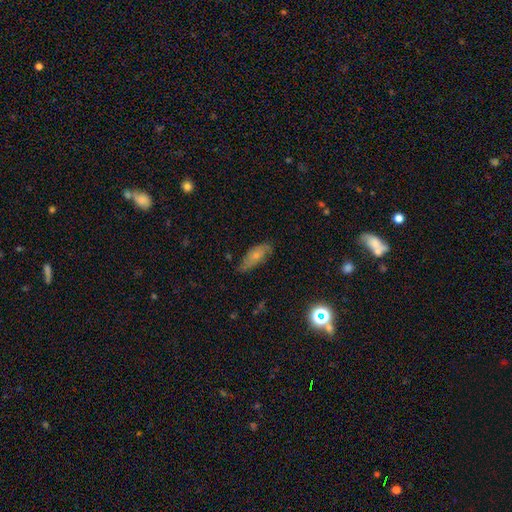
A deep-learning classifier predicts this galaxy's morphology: Q: Smooth or featured?
A: smooth (58%); runner-up: featured or disk (33%)
Q: How rounded?
A: in between (74%); runner-up: cigar-shaped (23%)
Q: Merging?
A: none (64%); runner-up: minor disturbance (27%)